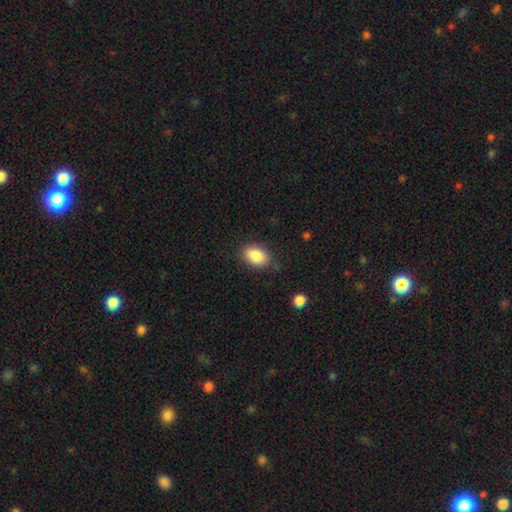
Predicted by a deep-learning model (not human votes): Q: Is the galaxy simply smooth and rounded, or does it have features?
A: smooth — 88%.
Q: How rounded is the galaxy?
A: in between — 84%.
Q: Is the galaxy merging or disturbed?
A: none — 83%.